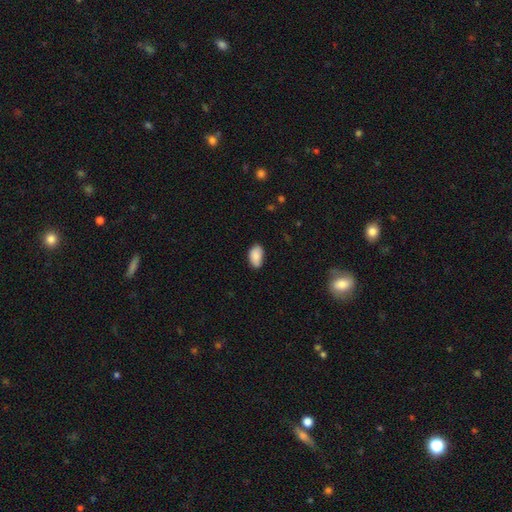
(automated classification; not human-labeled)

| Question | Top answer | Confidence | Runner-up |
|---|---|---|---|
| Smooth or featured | smooth | 87% | star or artifact (7%) |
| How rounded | in between | 93% | round (5%) |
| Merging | none | 77% | minor disturbance (19%) |